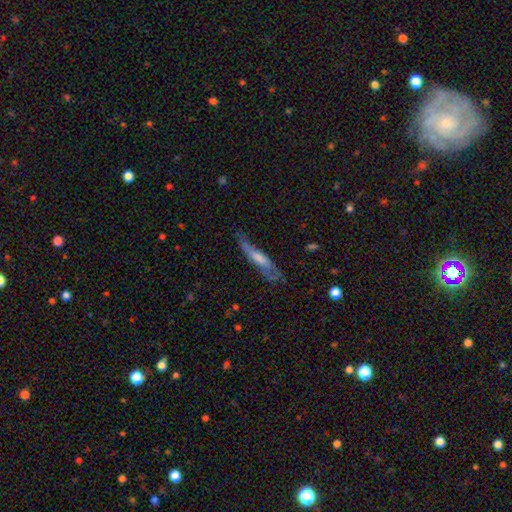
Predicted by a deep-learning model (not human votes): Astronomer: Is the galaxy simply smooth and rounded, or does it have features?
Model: featured or disk — 53% (runner-up: smooth, 39%).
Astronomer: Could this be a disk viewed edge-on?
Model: yes — 63%.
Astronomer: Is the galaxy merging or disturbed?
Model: none — 59%.